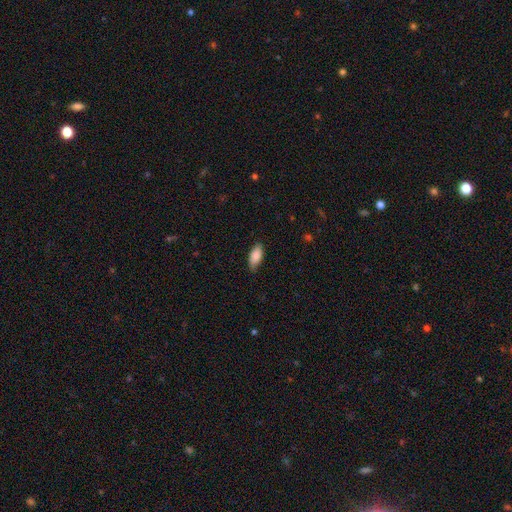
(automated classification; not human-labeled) Overall: smooth (86%). How rounded: in between (87%). Merging: none (79%).